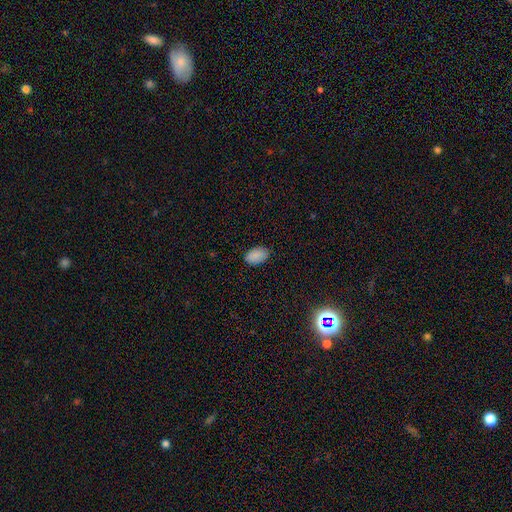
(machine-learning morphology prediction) The model was most divided on "merging": none: 84%, minor disturbance: 13%, major disturbance: 2%, merger: 1%. More confident: how rounded — in between (92%); smooth or featured — smooth (88%).